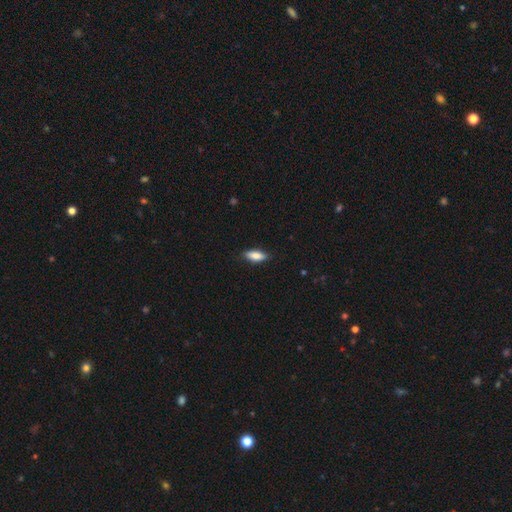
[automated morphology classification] This is clearly a smooth galaxy (83%). How rounded: likely in between (73%). Merging: clearly none (83%).